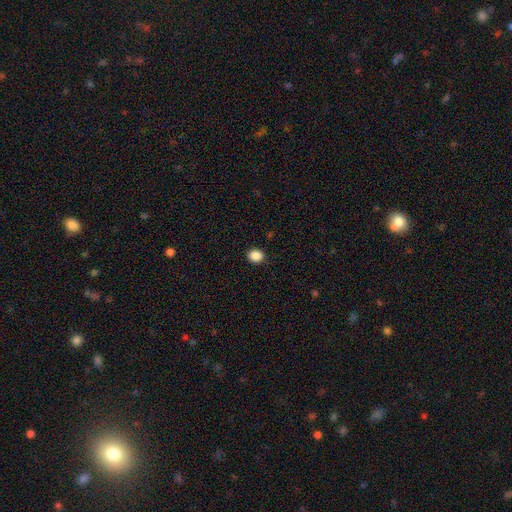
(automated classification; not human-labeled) The model was most divided on "how rounded": round: 71%, in between: 28%, cigar-shaped: 1%. More confident: merging — none (91%); smooth or featured — smooth (87%).